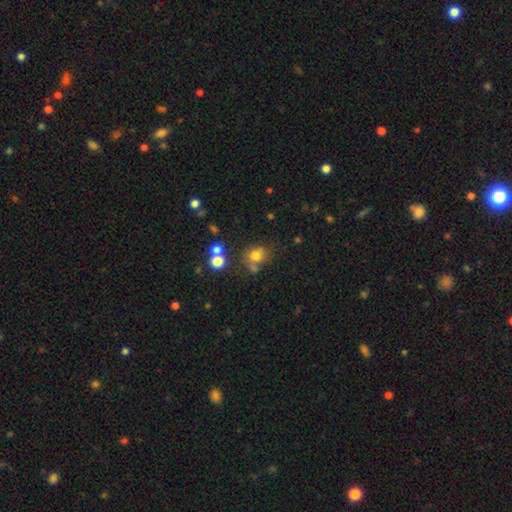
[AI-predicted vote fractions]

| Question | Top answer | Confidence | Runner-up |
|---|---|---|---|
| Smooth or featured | smooth | 73% | star or artifact (16%) |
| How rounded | round | 71% | in between (28%) |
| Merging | none | 55% | merger (20%) |